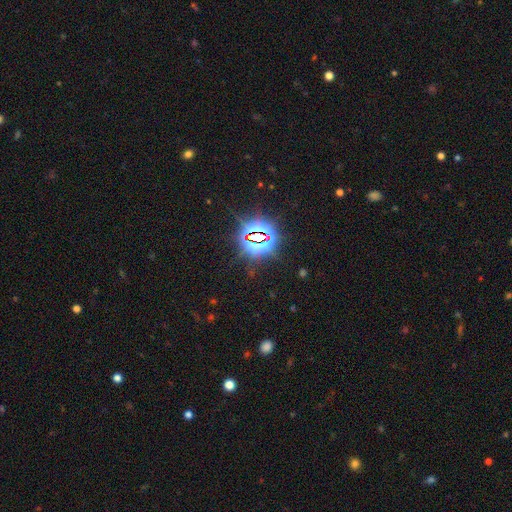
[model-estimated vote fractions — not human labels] smooth-or-featured: star or artifact: 82% | smooth: 10% | featured or disk: 8%